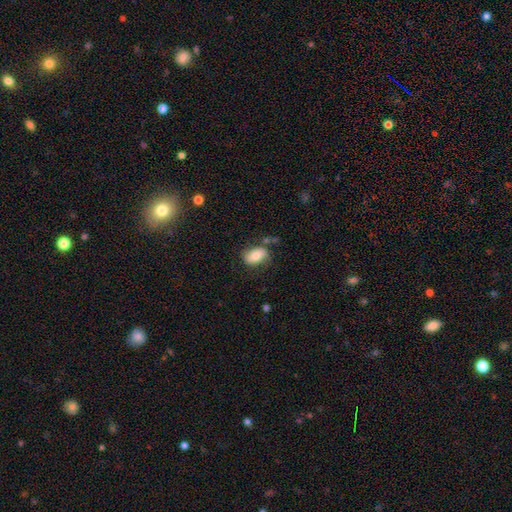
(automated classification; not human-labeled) This is likely a smooth galaxy (74%). How rounded: clearly in between (89%). Merging: likely none (65%).